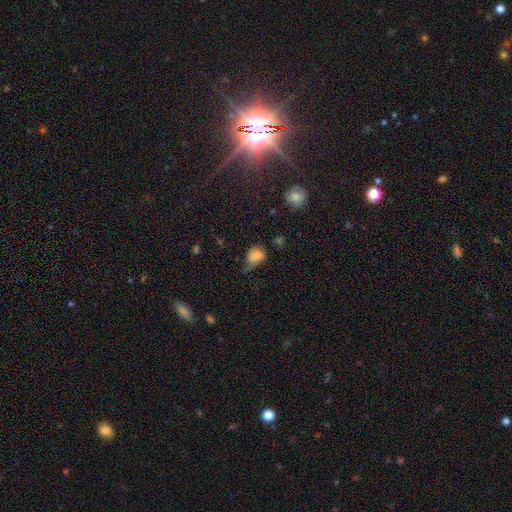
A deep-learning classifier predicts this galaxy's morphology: Smooth or featured? Predicted: smooth (p=0.76). How rounded? Predicted: round (p=0.50). Merging? Predicted: minor disturbance (p=0.38).